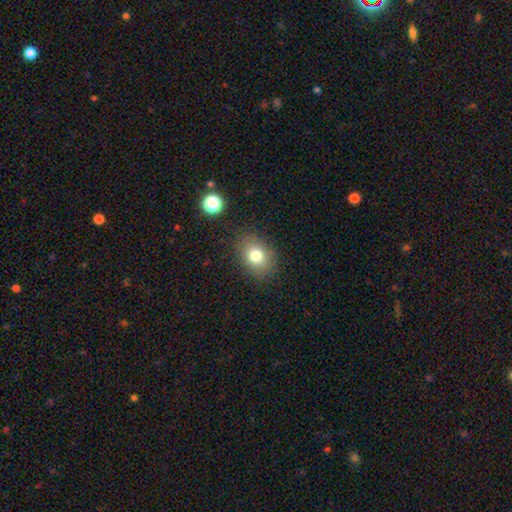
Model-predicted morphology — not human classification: The model was most divided on "how rounded": in between: 59%, round: 40%, cigar-shaped: 1%. More confident: merging — none (84%); smooth or featured — smooth (78%).